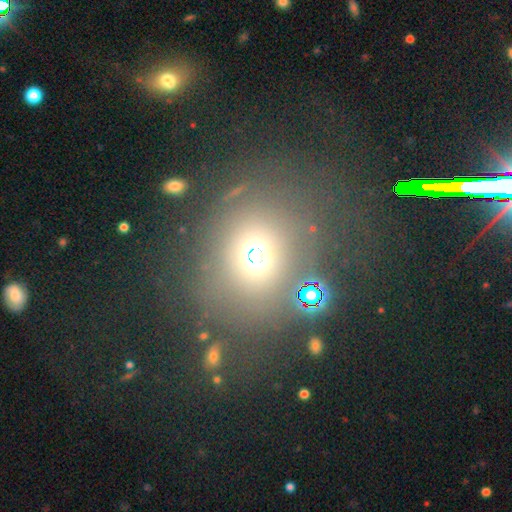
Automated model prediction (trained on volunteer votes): smooth_or_featured: smooth (p=0.59) [alt: star or artifact p=0.29]
how_rounded: round (p=0.70) [alt: in between p=0.28]
merging: none (p=0.73) [alt: minor disturbance p=0.11]